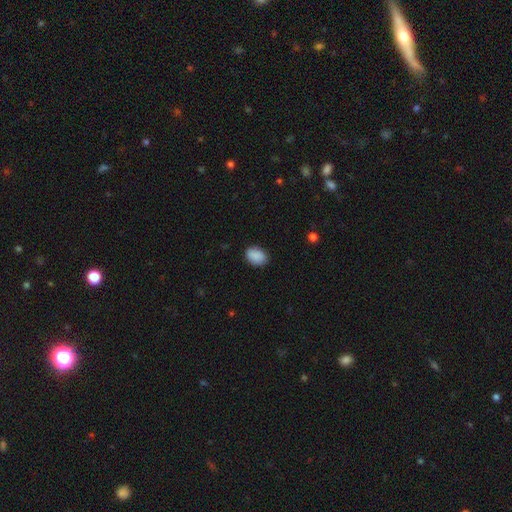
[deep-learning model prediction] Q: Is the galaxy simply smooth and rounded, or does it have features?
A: smooth — 89%.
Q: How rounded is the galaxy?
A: in between — 76%.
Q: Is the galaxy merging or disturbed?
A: none — 82%.